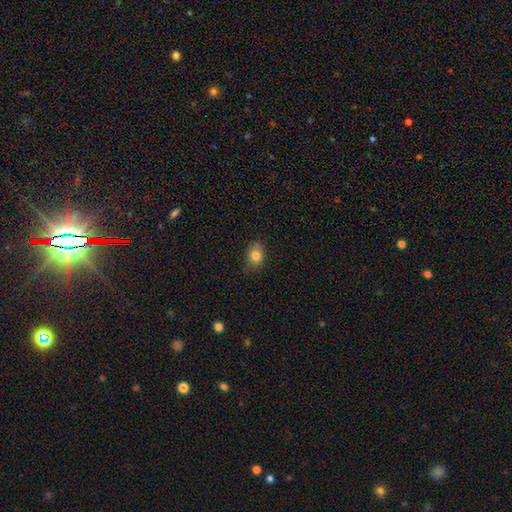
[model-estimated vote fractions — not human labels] A smooth galaxy with no disk features (81%) that is in between round and cigar-shaped (57%). Merging: none (69%).